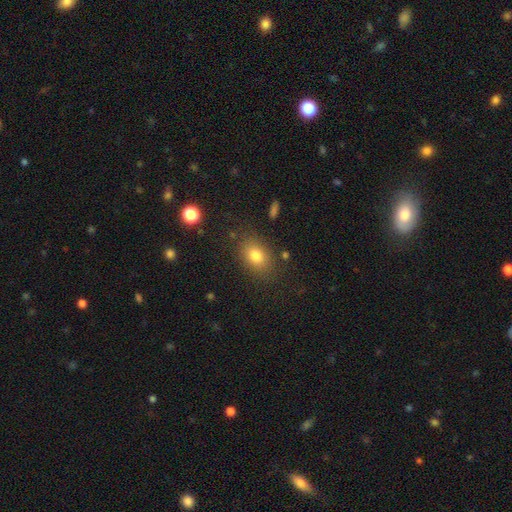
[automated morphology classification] Q: Smooth or featured?
A: smooth (80%); runner-up: star or artifact (11%)
Q: How rounded?
A: in between (74%); runner-up: round (24%)
Q: Merging?
A: none (81%); runner-up: minor disturbance (12%)